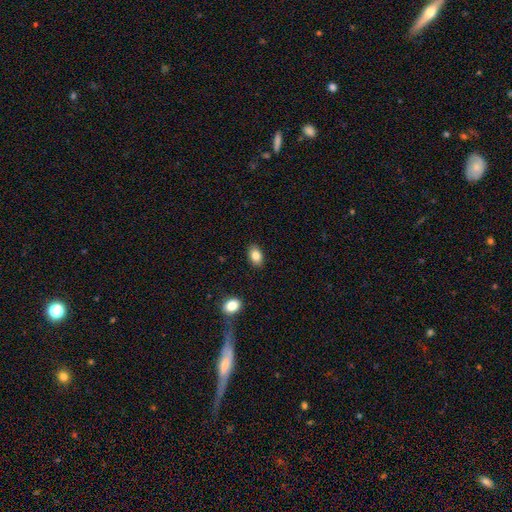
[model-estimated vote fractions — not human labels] smooth 83%, star or artifact 9%, featured or disk 8%. Down the decision tree: how rounded — in between (86%); merging — none (88%).